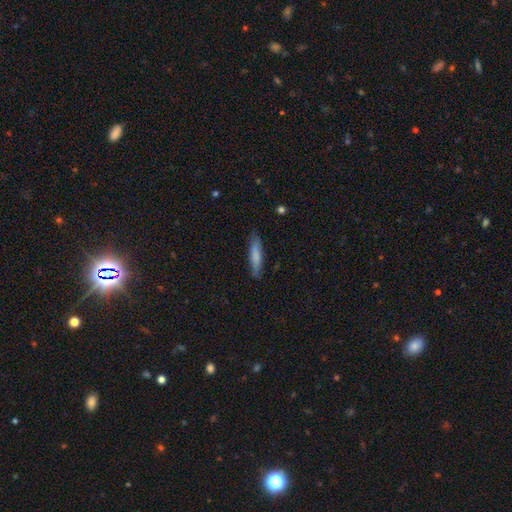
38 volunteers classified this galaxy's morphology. smooth 82%, featured or disk 16%, star or artifact 3%. Down the decision tree: how rounded — cigar-shaped (87%); merging — none (86%).